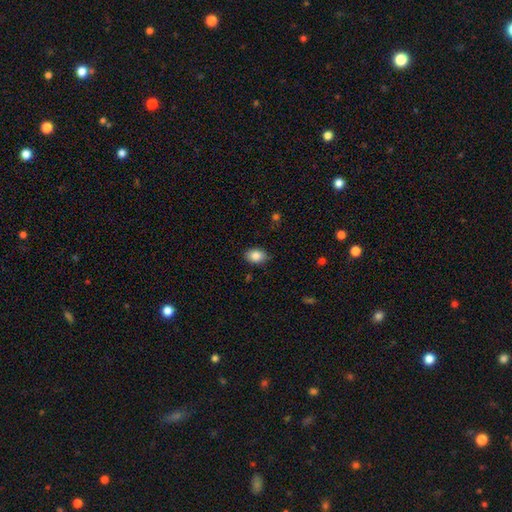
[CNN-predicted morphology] type=smooth (85%); roundness=in between (78%); merging=none (84%).